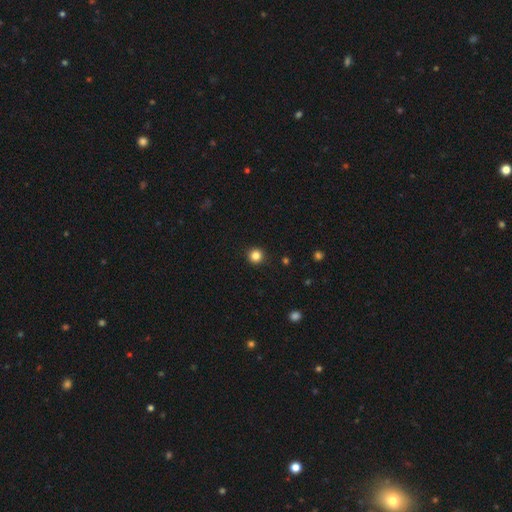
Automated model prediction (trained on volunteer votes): Q: Smooth or featured?
A: smooth (84%); runner-up: star or artifact (12%)
Q: How rounded?
A: round (96%); runner-up: in between (3%)
Q: Merging?
A: none (93%); runner-up: minor disturbance (4%)